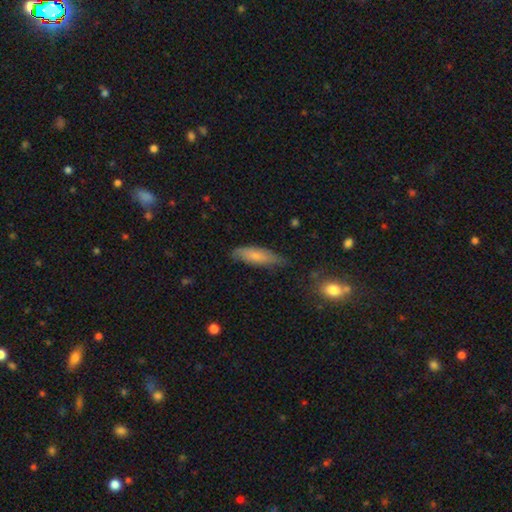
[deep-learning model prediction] smooth_or_featured: smooth (p=0.72) [alt: featured or disk p=0.22]
how_rounded: cigar-shaped (p=0.52) [alt: in between p=0.46]
merging: none (p=0.67) [alt: minor disturbance p=0.26]